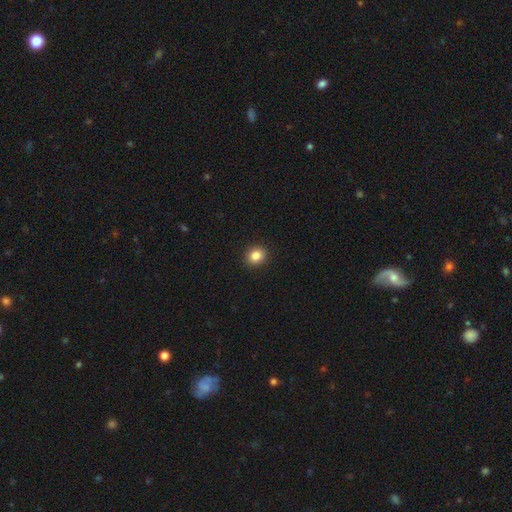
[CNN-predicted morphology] Overall: smooth (85%). How rounded: round (75%). Merging: none (92%).